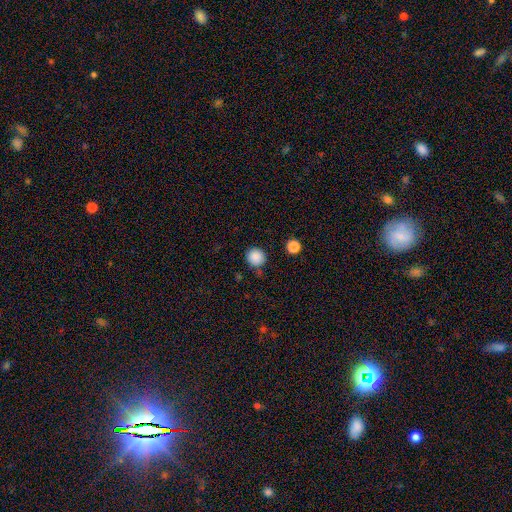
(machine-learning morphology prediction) Smooth or featured: smooth — 87% (star or artifact — 10%)
How rounded: round — 94% (in between — 5%)
Merging: none — 85% (minor disturbance — 10%)